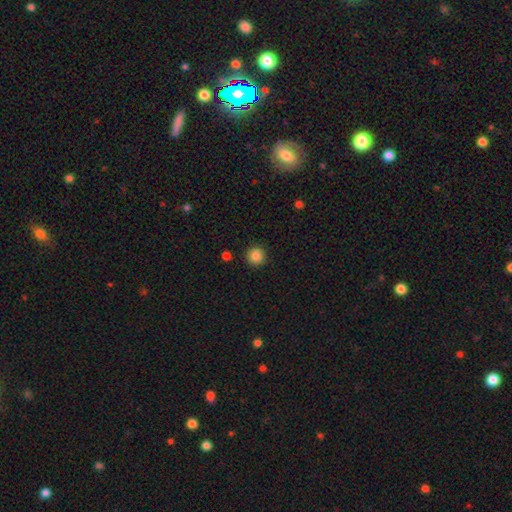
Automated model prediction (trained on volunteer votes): smooth-or-featured: smooth: 86% | star or artifact: 10% | featured or disk: 4%
  how-rounded: round: 95% | in between: 4% | cigar-shaped: 1%
  merging: none: 91% | minor disturbance: 5% | major disturbance: 2% | merger: 2%